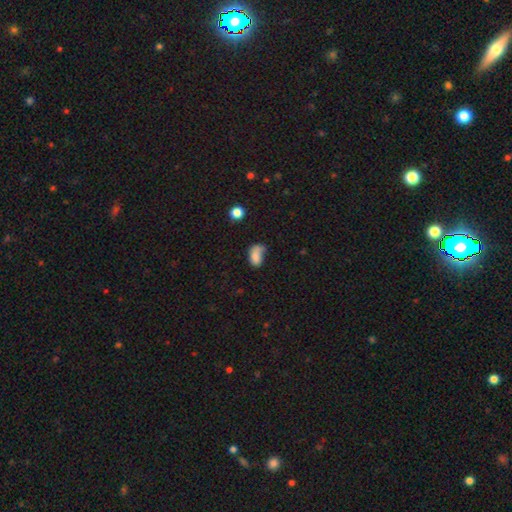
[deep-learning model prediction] A smooth galaxy with no disk features (79%) that is in between round and cigar-shaped (87%).

Vote fractions:
- Smooth or featured? smooth: 79% / featured or disk: 11% / star or artifact: 10%
- How rounded? in between: 87% / round: 11% / cigar-shaped: 2%
- Merging? none: 32% / minor disturbance: 30% / major disturbance: 28% / merger: 10%